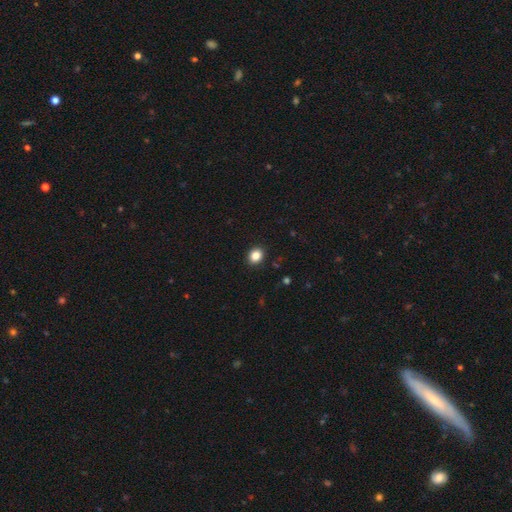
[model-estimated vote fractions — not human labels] smooth_or_featured: smooth (p=0.85) [alt: star or artifact p=0.10]
how_rounded: round (p=0.61) [alt: in between p=0.39]
merging: none (p=0.91) [alt: minor disturbance p=0.06]